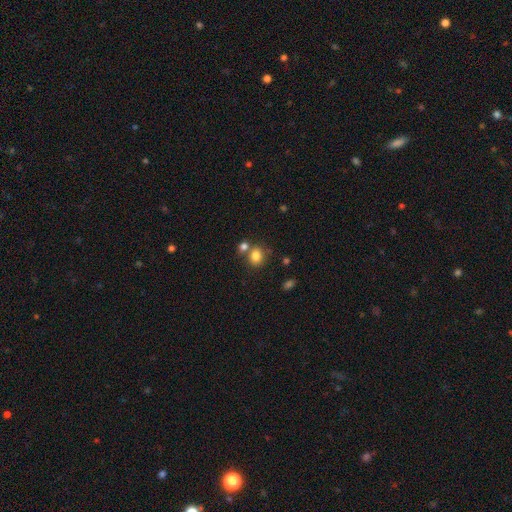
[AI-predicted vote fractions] smooth 82%, star or artifact 11%, featured or disk 7%. Down the decision tree: how rounded — round (60%); merging — none (58%).